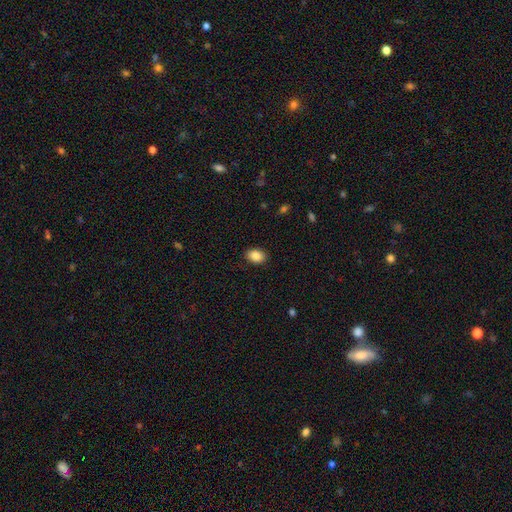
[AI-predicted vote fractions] This appears to be a smooth galaxy with no disk features (87%) that is in between round and cigar-shaped (81%). Merging: none (89%).